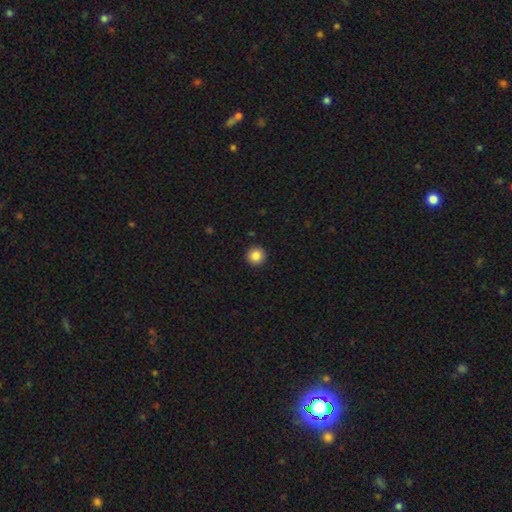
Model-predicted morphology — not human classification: This appears to be a smooth galaxy with no disk features (86%) that is round (96%). Merging: none (93%).